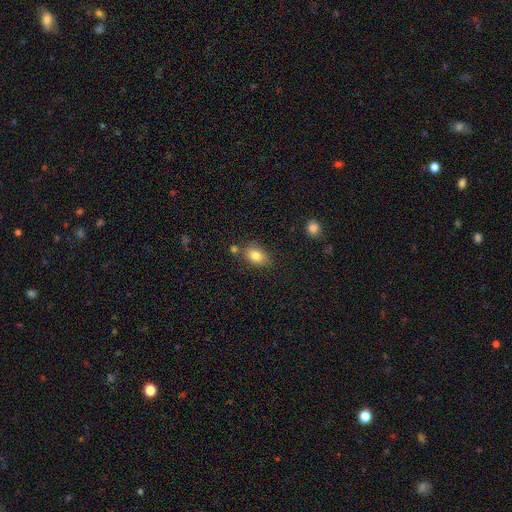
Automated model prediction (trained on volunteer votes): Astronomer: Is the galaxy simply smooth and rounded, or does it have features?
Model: smooth — 82%.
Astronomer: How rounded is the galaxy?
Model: in between — 80%.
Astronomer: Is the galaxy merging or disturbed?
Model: none — 73%.